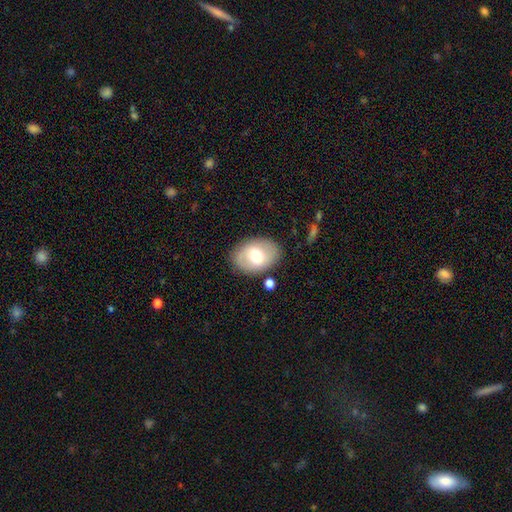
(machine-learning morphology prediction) Overall: smooth (61%; featured or disk 32%). How rounded: in between (76%). Merging: none (82%).